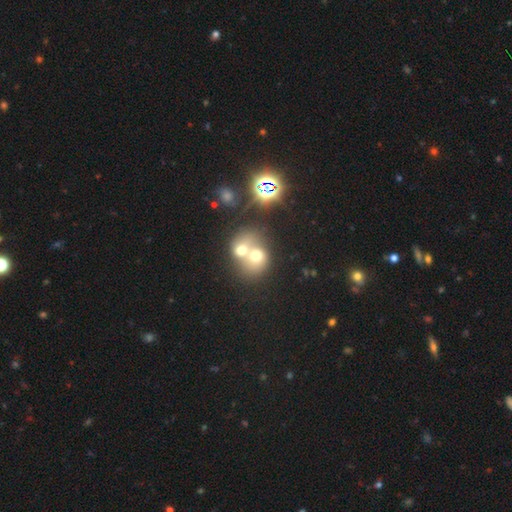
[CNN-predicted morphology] Q: Smooth or featured?
A: smooth (59%); runner-up: featured or disk (25%)
Q: How rounded?
A: round (64%); runner-up: in between (35%)
Q: Merging?
A: merger (74%); runner-up: none (18%)